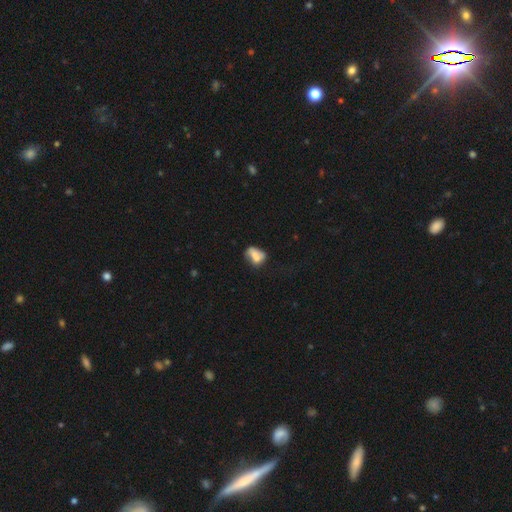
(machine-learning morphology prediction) This is likely a smooth galaxy (64%). How rounded: likely in between (73%). Merging: marginally none (37%).